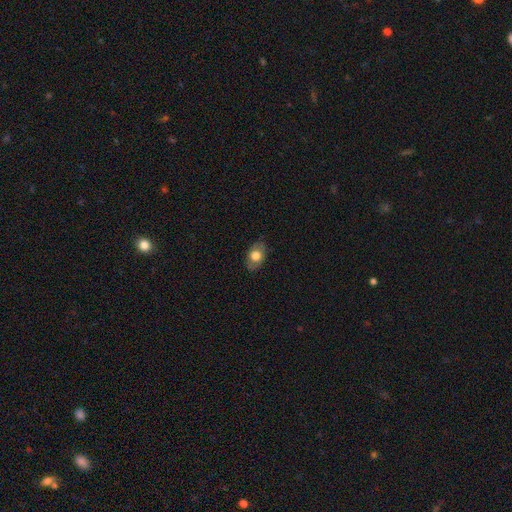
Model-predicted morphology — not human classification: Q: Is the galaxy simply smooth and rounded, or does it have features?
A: smooth — 66%.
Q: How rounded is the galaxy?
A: in between — 81%.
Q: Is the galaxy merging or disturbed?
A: none — 81%.